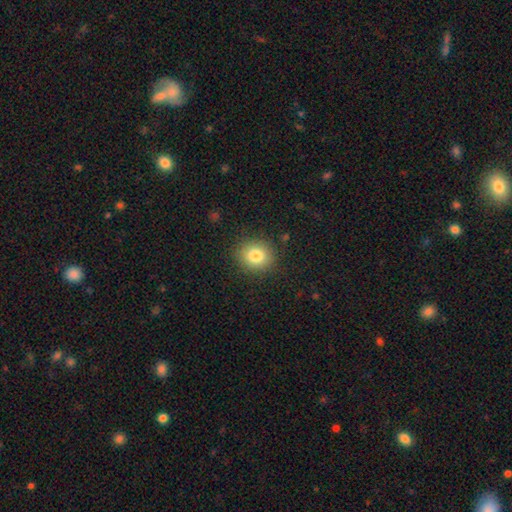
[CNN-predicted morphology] This is clearly a smooth galaxy (81%). How rounded: clearly round (81%). Merging: clearly none (88%).